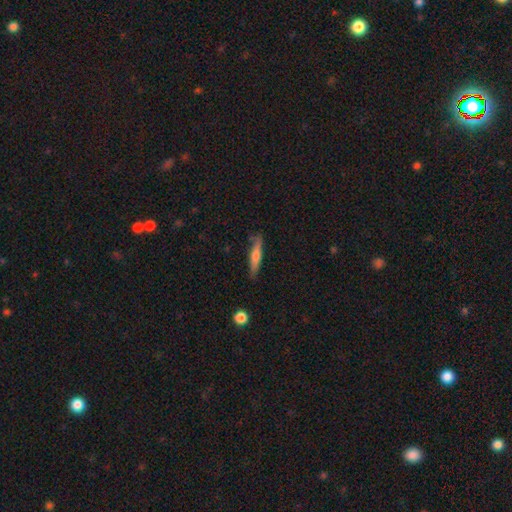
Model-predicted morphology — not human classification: The model was most divided on "smooth or featured": smooth: 58%, featured or disk: 36%, star or artifact: 6%. More confident: how rounded — cigar-shaped (87%); merging — none (80%).